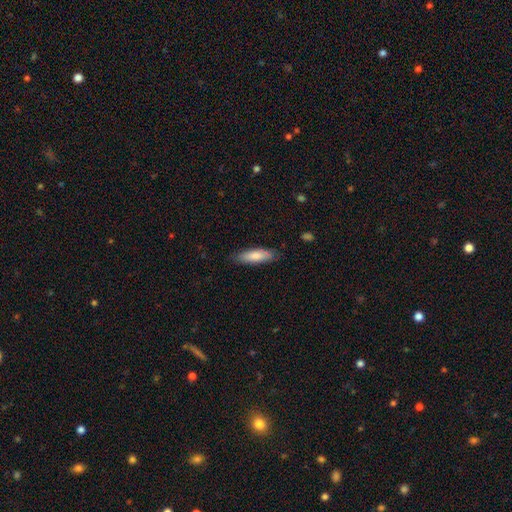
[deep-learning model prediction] Smooth or featured?
  - smooth: 79% *
  - featured or disk: 15%
  - star or artifact: 6%
How rounded?
  - cigar-shaped: 58% *
  - in between: 40%
  - round: 1%
Merging?
  - none: 83% *
  - minor disturbance: 14%
  - major disturbance: 2%
  - merger: 1%